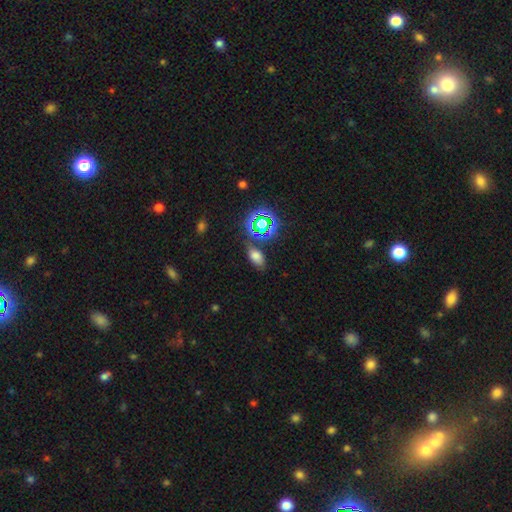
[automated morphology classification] This appears to be a smooth galaxy with no disk features (64%) that is in between round and cigar-shaped (87%). Merging: none (73%).